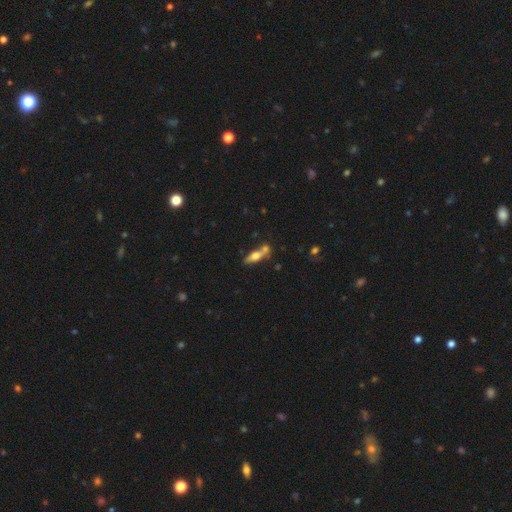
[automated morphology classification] type=smooth (51%); roundness=cigar-shaped (49%); merging=none (52%).